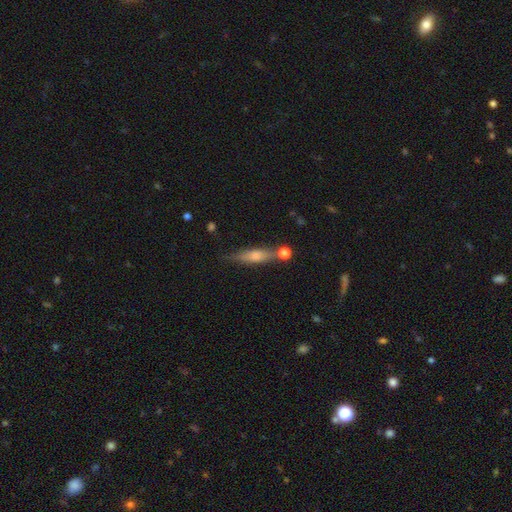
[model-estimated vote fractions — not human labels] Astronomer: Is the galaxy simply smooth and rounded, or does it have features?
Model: smooth — 51% (runner-up: featured or disk, 41%).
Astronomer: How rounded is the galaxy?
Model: cigar-shaped — 75%.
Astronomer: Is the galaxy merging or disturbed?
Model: none — 66%.